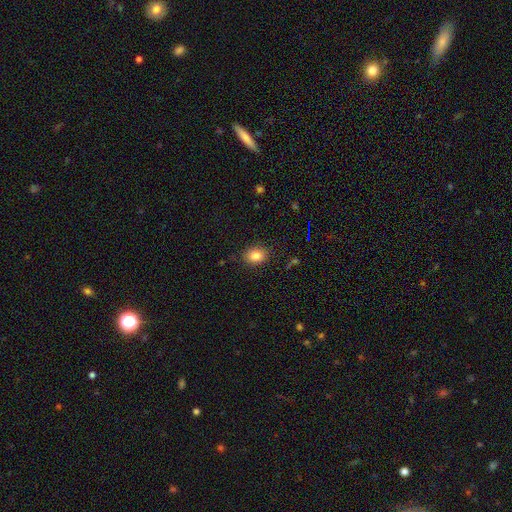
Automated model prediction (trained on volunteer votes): Overall: smooth (83%). How rounded: in between (63%; round 36%). Merging: none (85%).